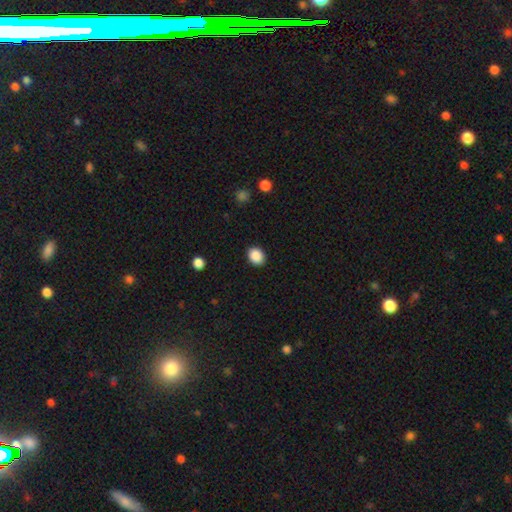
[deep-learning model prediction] The model was most divided on "how rounded": in between: 52%, round: 47%, cigar-shaped: 1%. More confident: merging — none (89%); smooth or featured — smooth (89%).